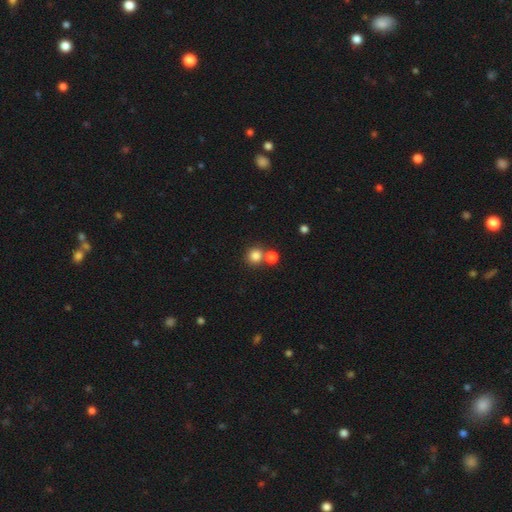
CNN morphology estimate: Smooth or featured? Predicted: smooth (p=0.82). How rounded? Predicted: round (p=0.90). Merging? Predicted: none (p=0.62).